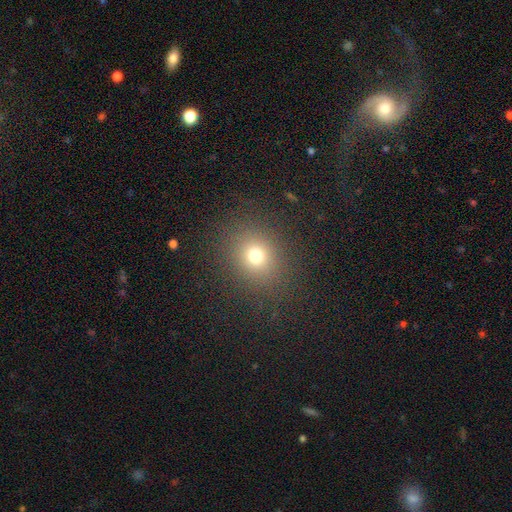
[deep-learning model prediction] smooth_or_featured: smooth (p=0.72) [alt: star or artifact p=0.19]
how_rounded: round (p=0.75) [alt: in between p=0.24]
merging: none (p=0.86) [alt: minor disturbance p=0.08]